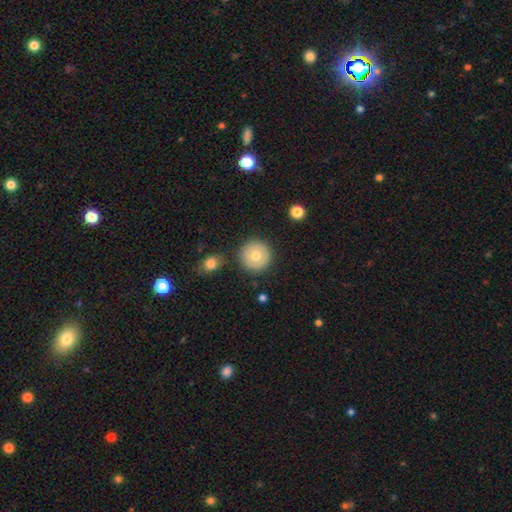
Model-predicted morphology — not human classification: Smooth or featured?
  - smooth: 72% *
  - featured or disk: 20%
  - star or artifact: 8%
How rounded?
  - round: 96% *
  - in between: 3%
  - cigar-shaped: 1%
Merging?
  - none: 87% *
  - minor disturbance: 7%
  - merger: 4%
  - major disturbance: 2%